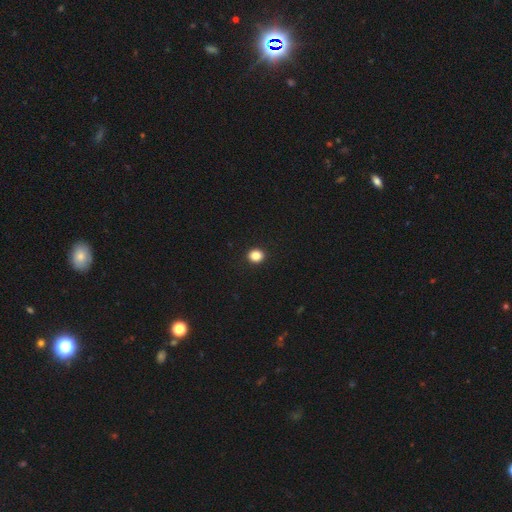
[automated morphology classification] smooth-or-featured: smooth: 85% | star or artifact: 11% | featured or disk: 4%
  how-rounded: round: 79% | in between: 20% | cigar-shaped: 1%
  merging: none: 93% | minor disturbance: 4% | major disturbance: 2% | merger: 1%